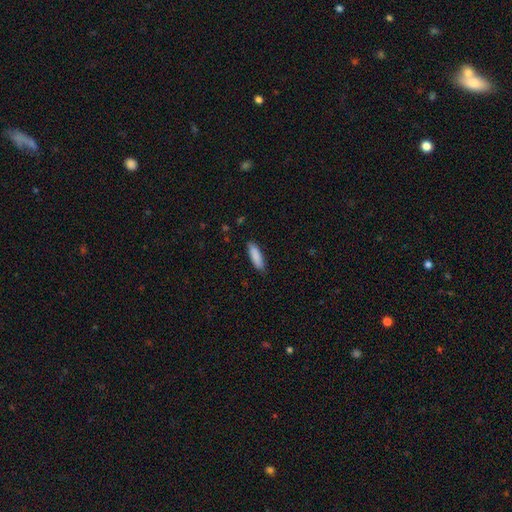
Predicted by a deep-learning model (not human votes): Morphology: type=smooth (88%); roundness=cigar-shaped (57%); merging=none (87%).